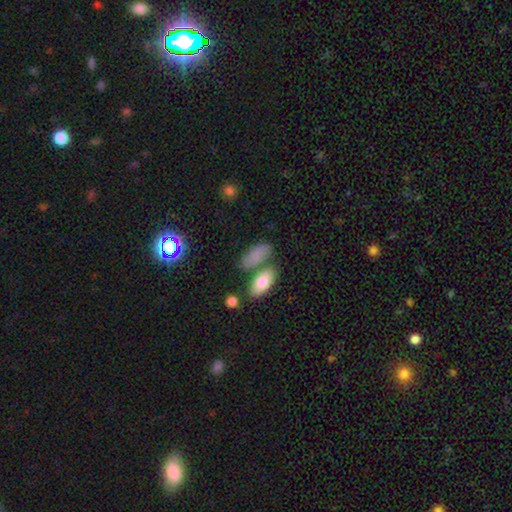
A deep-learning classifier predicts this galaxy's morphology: Smooth or featured?
  - smooth: 81% *
  - star or artifact: 10%
  - featured or disk: 9%
How rounded?
  - in between: 84% *
  - cigar-shaped: 11%
  - round: 5%
Merging?
  - none: 56% *
  - merger: 23%
  - minor disturbance: 15%
  - major disturbance: 6%